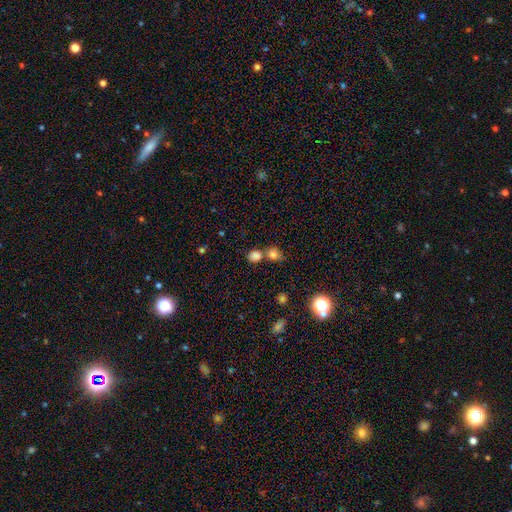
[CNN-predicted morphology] Smooth or featured?
  - smooth: 80% *
  - star or artifact: 14%
  - featured or disk: 6%
How rounded?
  - round: 69% *
  - in between: 30%
  - cigar-shaped: 1%
Merging?
  - none: 55% *
  - merger: 33%
  - minor disturbance: 9%
  - major disturbance: 4%